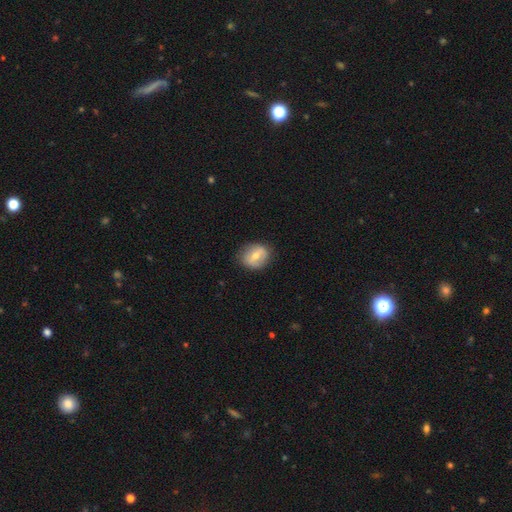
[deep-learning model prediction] smooth 50%, featured or disk 43%, star or artifact 7%. Down the decision tree: how rounded — round (70%); merging — none (82%).